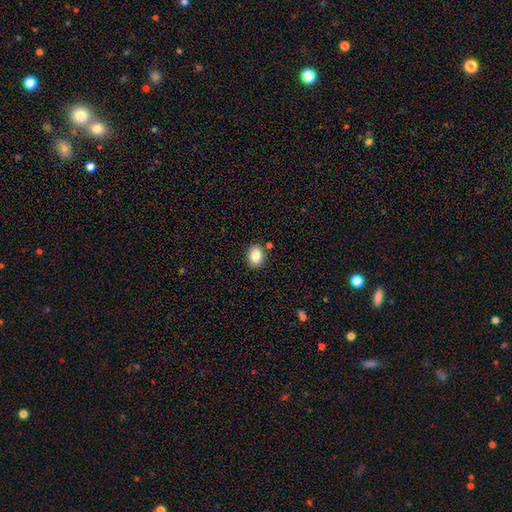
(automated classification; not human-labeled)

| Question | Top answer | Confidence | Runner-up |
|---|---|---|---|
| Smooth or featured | smooth | 85% | star or artifact (9%) |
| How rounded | in between | 55% | round (44%) |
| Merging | none | 85% | minor disturbance (9%) |